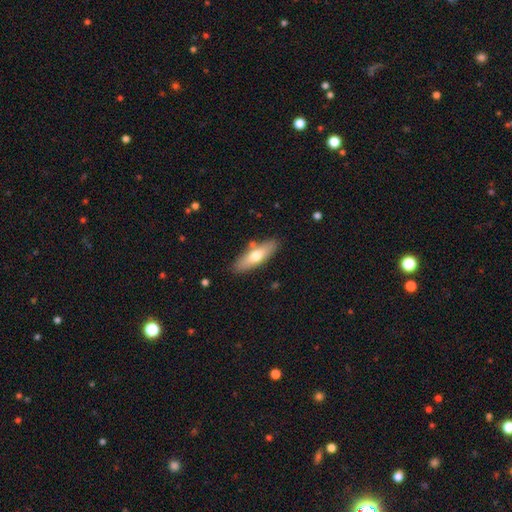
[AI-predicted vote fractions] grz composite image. It shows a smooth galaxy with no disk features (63%) that is in between round and cigar-shaped (49%, tied with cigar-shaped). Merging: none (82%).